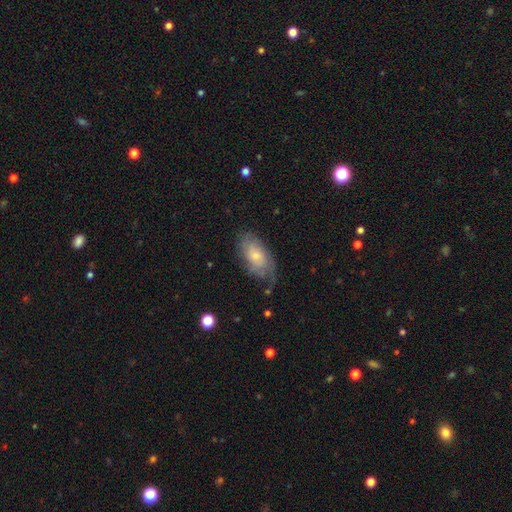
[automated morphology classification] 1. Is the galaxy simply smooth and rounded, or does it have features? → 53% featured or disk, 40% smooth, 7% star or artifact.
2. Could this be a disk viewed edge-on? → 93% no, 7% yes.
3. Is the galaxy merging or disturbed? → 56% none, 28% minor disturbance, 14% major disturbance, 2% merger.